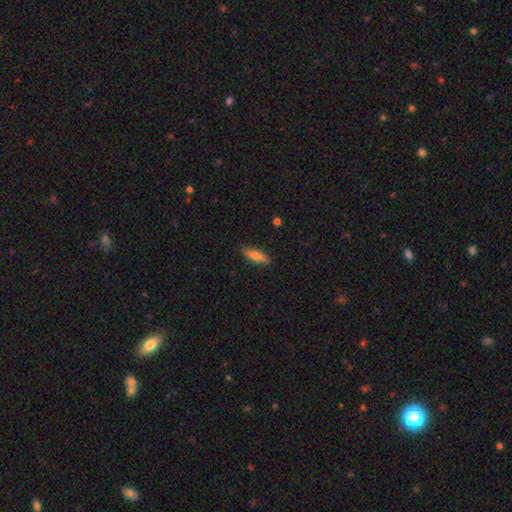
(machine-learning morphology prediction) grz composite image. It shows a smooth galaxy with no disk features (75%) that is cigar-shaped (51%). Merging: none (84%).